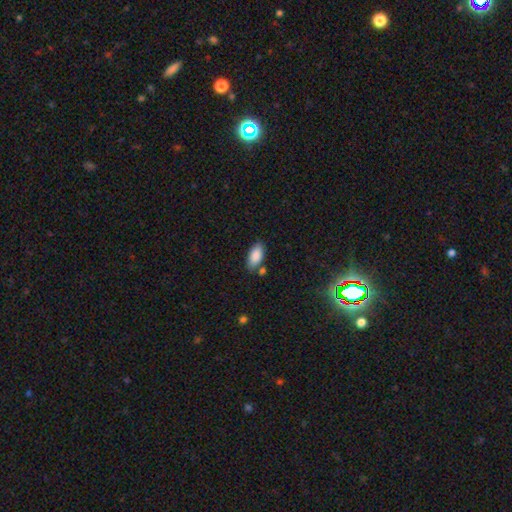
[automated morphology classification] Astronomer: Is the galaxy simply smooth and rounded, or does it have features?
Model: smooth — 87%.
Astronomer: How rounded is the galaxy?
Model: in between — 92%.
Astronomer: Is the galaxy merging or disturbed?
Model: none — 74%.